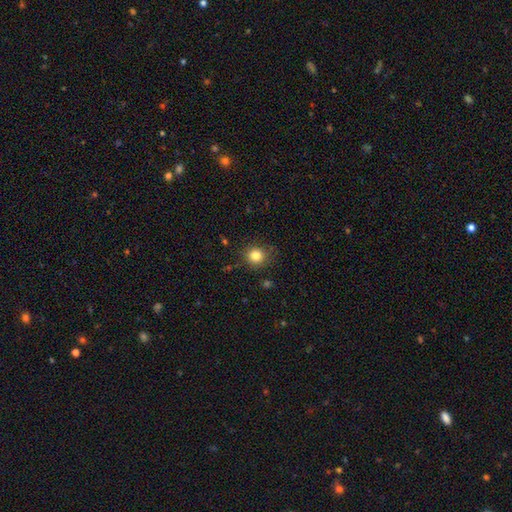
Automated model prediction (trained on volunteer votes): smooth-or-featured: smooth: 83% | star or artifact: 12% | featured or disk: 6%
  how-rounded: round: 88% | in between: 11% | cigar-shaped: 1%
  merging: none: 84% | minor disturbance: 11% | major disturbance: 3% | merger: 2%